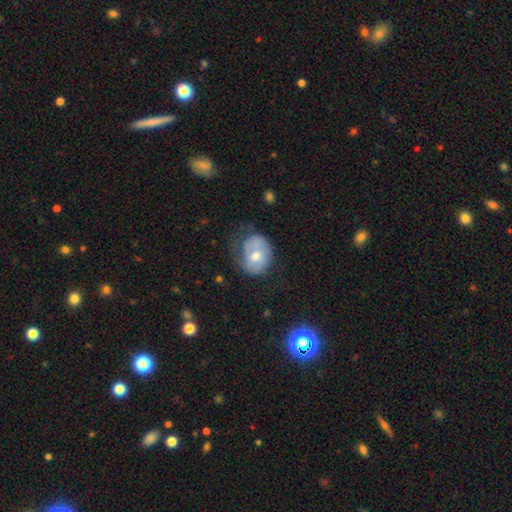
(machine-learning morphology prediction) This is possibly a smooth galaxy (48%). Merging: possibly none (47%).